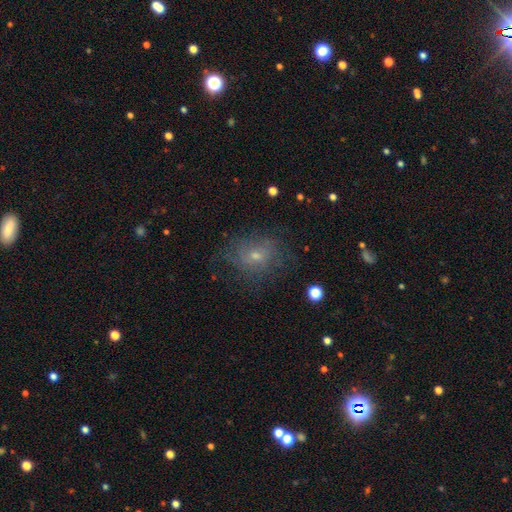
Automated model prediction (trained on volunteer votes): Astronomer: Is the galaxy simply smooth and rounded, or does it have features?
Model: smooth — 45% (runner-up: featured or disk, 38%).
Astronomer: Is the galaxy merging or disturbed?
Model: none — 66%.